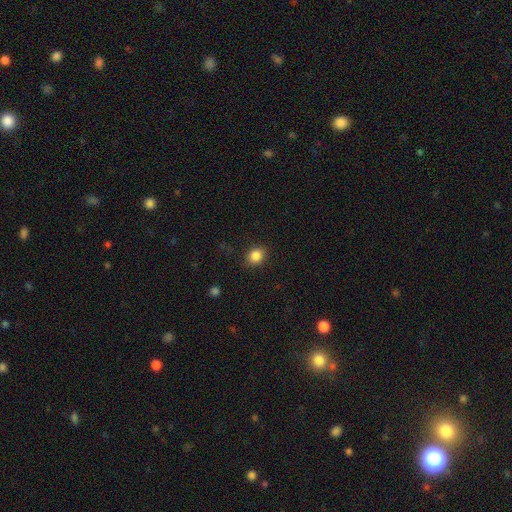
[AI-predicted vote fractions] Morphology: type=smooth (85%); roundness=round (56%); merging=none (86%).